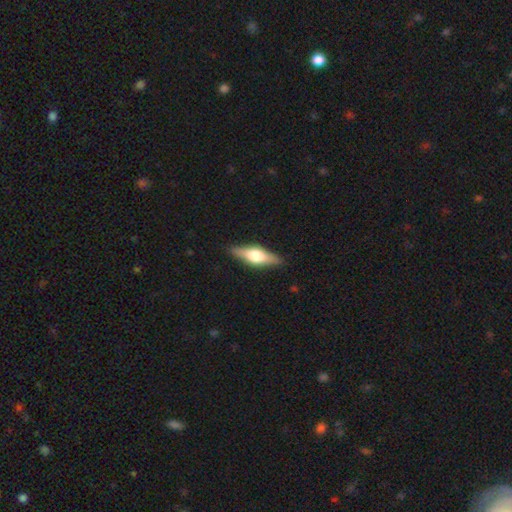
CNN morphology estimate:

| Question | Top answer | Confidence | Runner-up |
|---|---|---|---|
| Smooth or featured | featured or disk | 55% | smooth (39%) |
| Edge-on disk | yes | 94% | no (6%) |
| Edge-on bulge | rounded | 91% | boxy (7%) |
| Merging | none | 88% | minor disturbance (9%) |